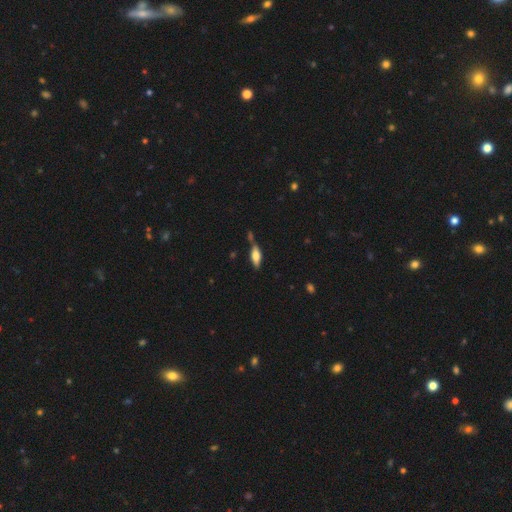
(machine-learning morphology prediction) smooth_or_featured: smooth (p=0.60) [alt: featured or disk p=0.32]
how_rounded: in between (p=0.66) [alt: cigar-shaped p=0.31]
merging: none (p=0.62) [alt: minor disturbance p=0.19]